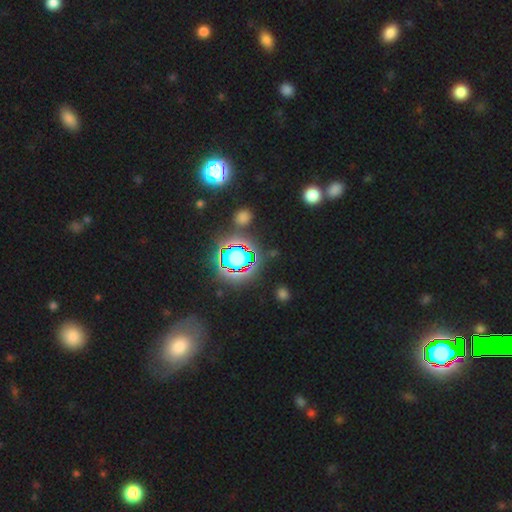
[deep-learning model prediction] A star or artifact, not a galaxy (74%).